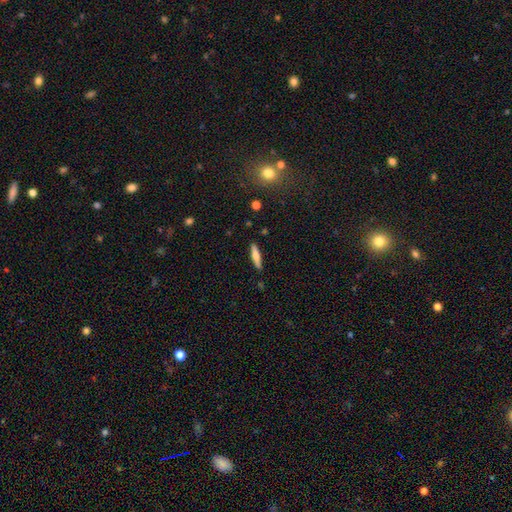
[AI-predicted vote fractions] smooth-or-featured: smooth: 65% | featured or disk: 29% | star or artifact: 7%
  how-rounded: cigar-shaped: 84% | in between: 15% | round: 2%
  merging: none: 88% | minor disturbance: 8% | major disturbance: 2% | merger: 2%